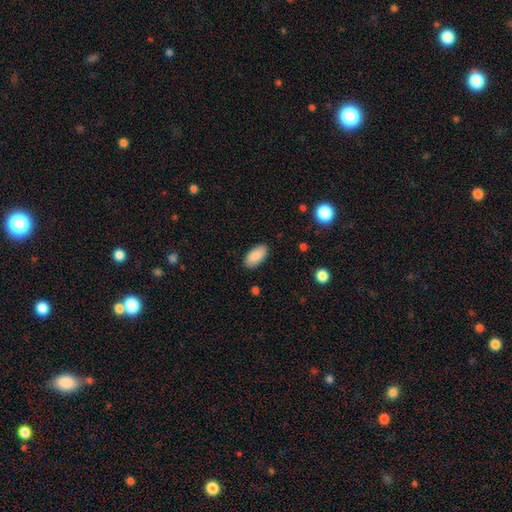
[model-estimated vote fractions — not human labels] smooth_or_featured: smooth (p=0.89) [alt: star or artifact p=0.06]
how_rounded: in between (p=0.93) [alt: cigar-shaped p=0.05]
merging: none (p=0.87) [alt: minor disturbance p=0.10]